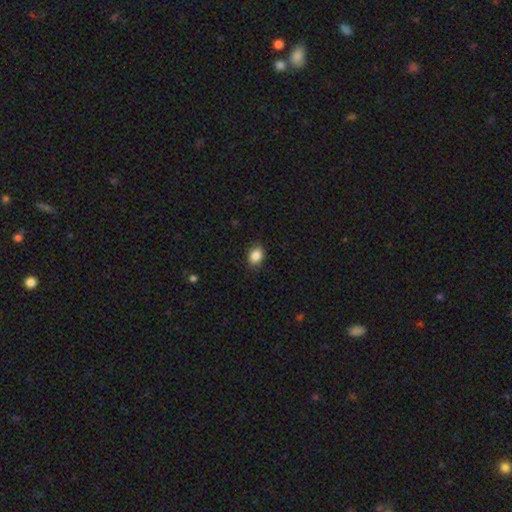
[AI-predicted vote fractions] smooth-or-featured: smooth: 87% | star or artifact: 9% | featured or disk: 4%
  how-rounded: in between: 74% | round: 25% | cigar-shaped: 1%
  merging: none: 87% | minor disturbance: 10% | major disturbance: 2% | merger: 1%